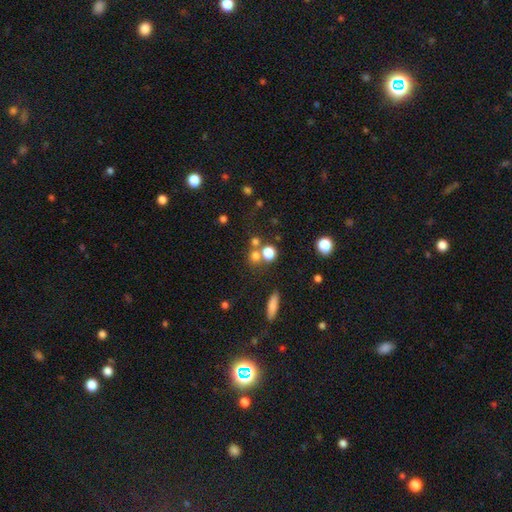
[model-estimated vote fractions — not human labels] A smooth galaxy with no disk features (70%) that is round (84%). Merging: none (56%).